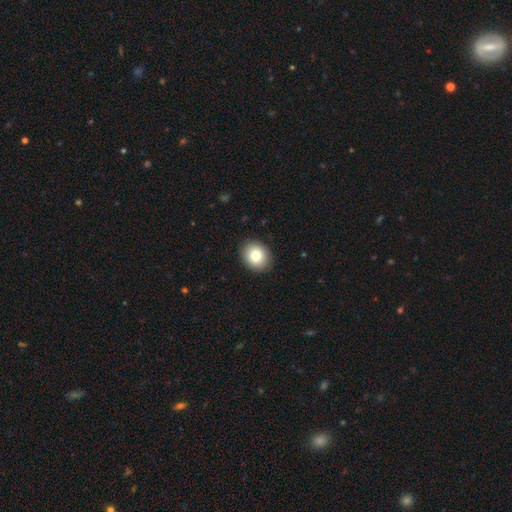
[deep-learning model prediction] A smooth galaxy with no disk features (81%) that is round (59%). Merging: none (90%).